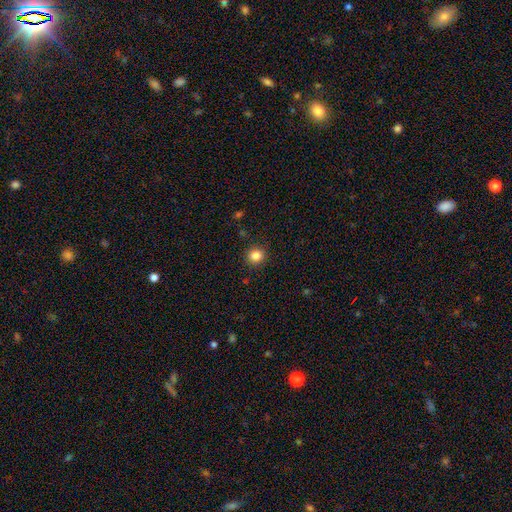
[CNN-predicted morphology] smooth_or_featured: smooth (p=0.84) [alt: star or artifact p=0.11]
how_rounded: round (p=0.88) [alt: in between p=0.11]
merging: none (p=0.90) [alt: minor disturbance p=0.06]